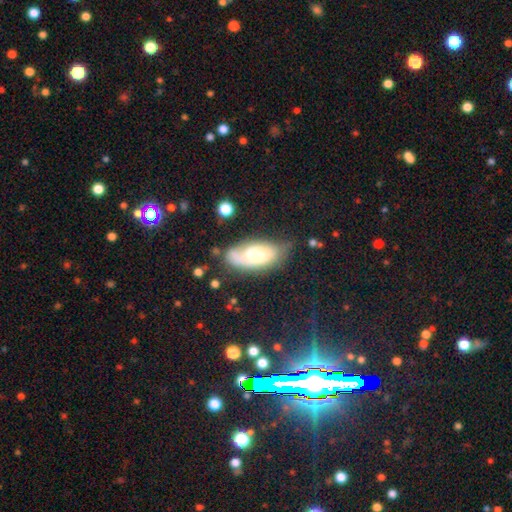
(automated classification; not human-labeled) This appears to be a smooth galaxy with no disk features (54%) that is in between round and cigar-shaped (90%). Merging: none (49%).